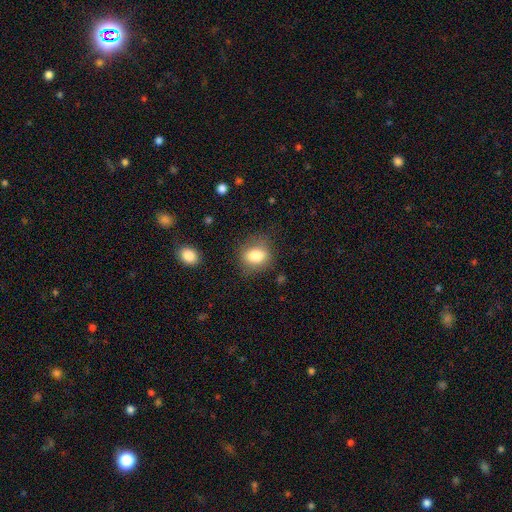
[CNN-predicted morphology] Smooth or featured? Predicted: smooth (p=0.78). How rounded? Predicted: round (p=0.52). Merging? Predicted: none (p=0.76).